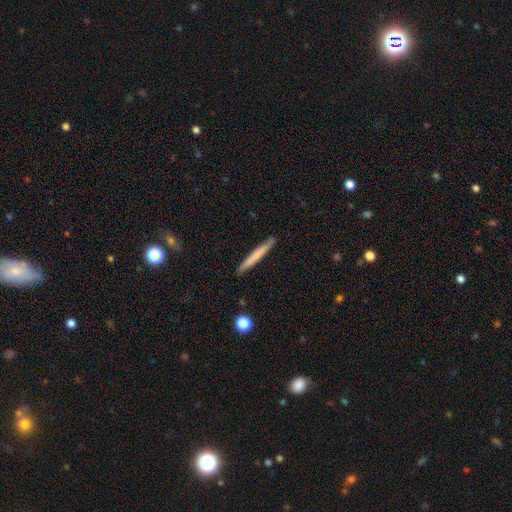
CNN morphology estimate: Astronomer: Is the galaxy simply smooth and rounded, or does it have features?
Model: smooth — 64%.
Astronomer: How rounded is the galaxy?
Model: cigar-shaped — 97%.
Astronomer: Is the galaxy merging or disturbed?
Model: none — 90%.